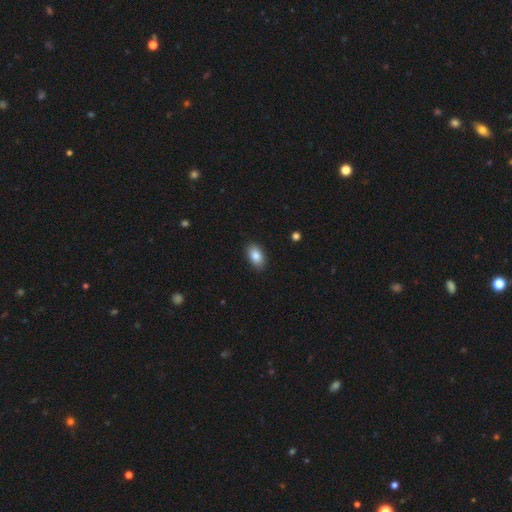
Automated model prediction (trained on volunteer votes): smooth 85%, featured or disk 8%, star or artifact 7%. Down the decision tree: how rounded — in between (92%); merging — none (89%).